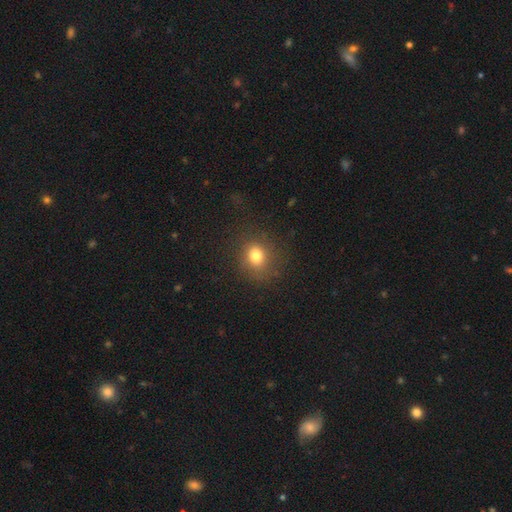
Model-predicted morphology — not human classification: smooth 78%, star or artifact 15%, featured or disk 8%. Down the decision tree: how rounded — round (75%); merging — none (83%).